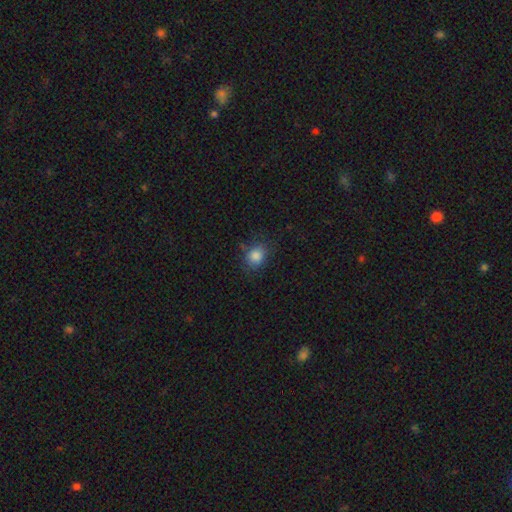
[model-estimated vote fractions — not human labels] A smooth galaxy with no disk features (84%) that is round (57%). Merging: none (73%).